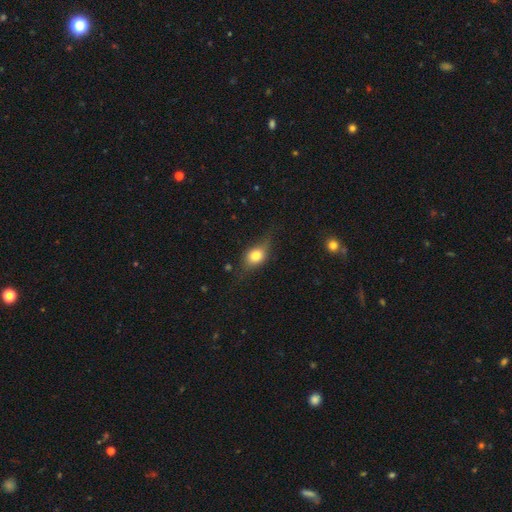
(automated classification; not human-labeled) A smooth galaxy with no disk features (63%) that is in between round and cigar-shaped (59%). Merging: none (65%).